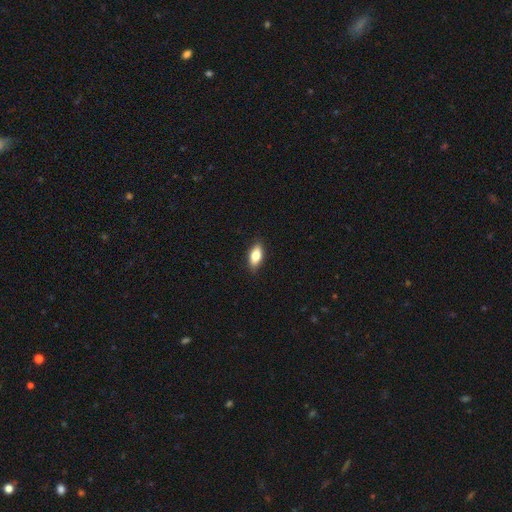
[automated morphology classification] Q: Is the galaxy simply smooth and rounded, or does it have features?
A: smooth — 79%.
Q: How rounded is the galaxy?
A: in between — 85%.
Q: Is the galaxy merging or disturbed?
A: none — 88%.